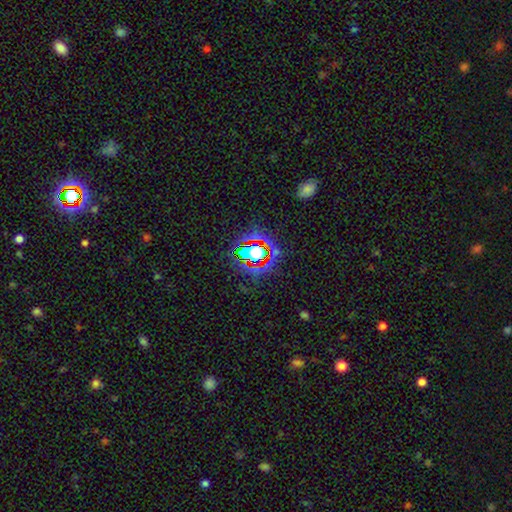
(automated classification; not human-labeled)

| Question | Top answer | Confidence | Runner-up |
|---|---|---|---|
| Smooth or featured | star or artifact | 65% | smooth (21%) |